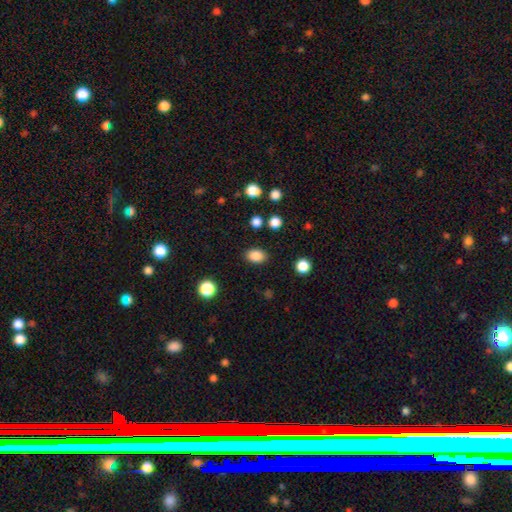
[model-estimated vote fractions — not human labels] smooth-or-featured: smooth: 86% | star or artifact: 10% | featured or disk: 4%
  how-rounded: in between: 76% | round: 23% | cigar-shaped: 1%
  merging: none: 87% | minor disturbance: 9% | major disturbance: 3% | merger: 2%